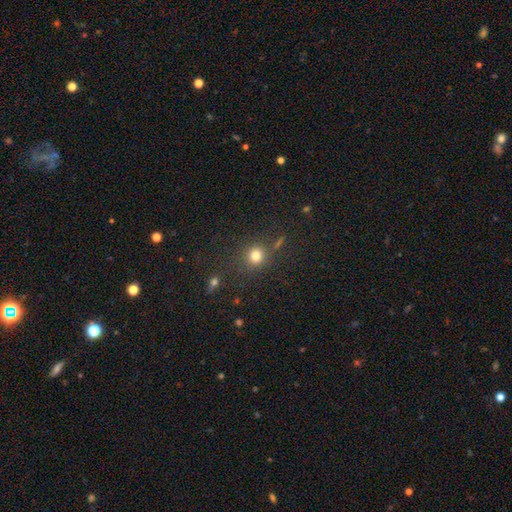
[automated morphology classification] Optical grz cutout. It shows a smooth galaxy with no disk features (78%) that is round (89%). Merging: none (79%).